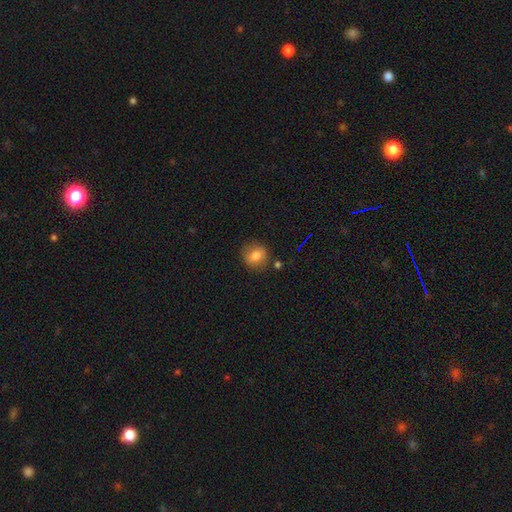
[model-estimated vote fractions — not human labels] smooth 77%, featured or disk 13%, star or artifact 10%. Down the decision tree: how rounded — round (76%); merging — none (81%).